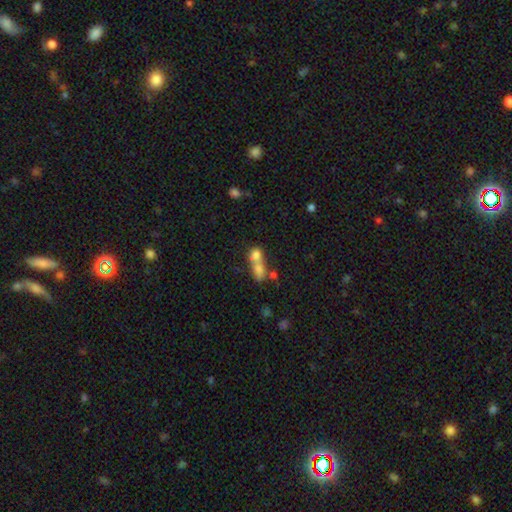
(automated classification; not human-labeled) Smooth or featured: smooth — 70% (featured or disk — 18%)
How rounded: in between — 48% (round — 47%)
Merging: merger — 69% (none — 19%)